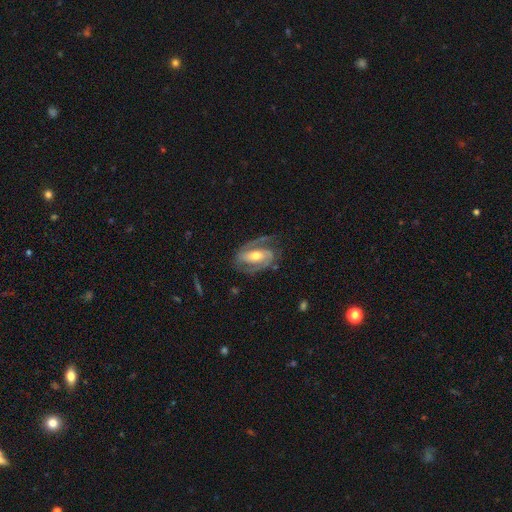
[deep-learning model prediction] Overall: featured or disk (87%). Edge-on disk: no (97%). Bar: strong (38%; weak 36%). Spiral arms: yes (96%). Spiral arm count: 2 (89%). Spiral winding: medium (49%; tight 37%). Bulge size: moderate (64%; small 26%). Merging: none (73%).